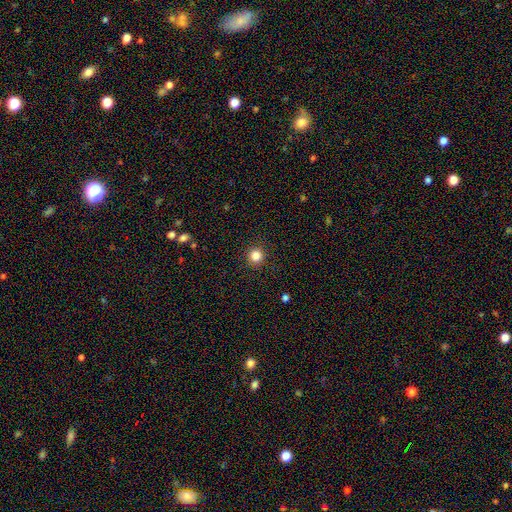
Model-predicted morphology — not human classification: This appears to be a smooth galaxy with no disk features (84%) that is round (95%). Merging: none (92%).